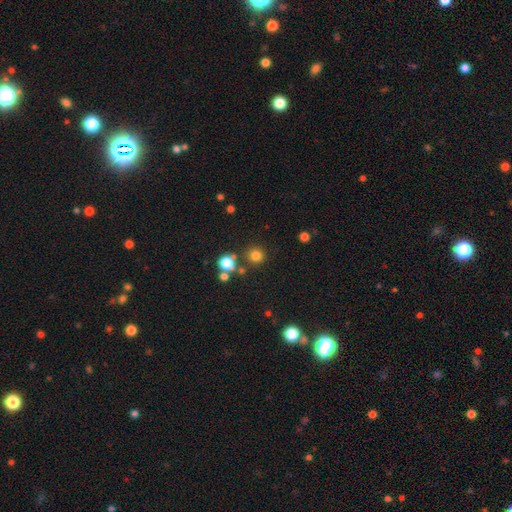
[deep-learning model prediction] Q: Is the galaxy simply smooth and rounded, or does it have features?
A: smooth — 77%.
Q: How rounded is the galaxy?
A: round — 93%.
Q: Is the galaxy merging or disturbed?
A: none — 80%.